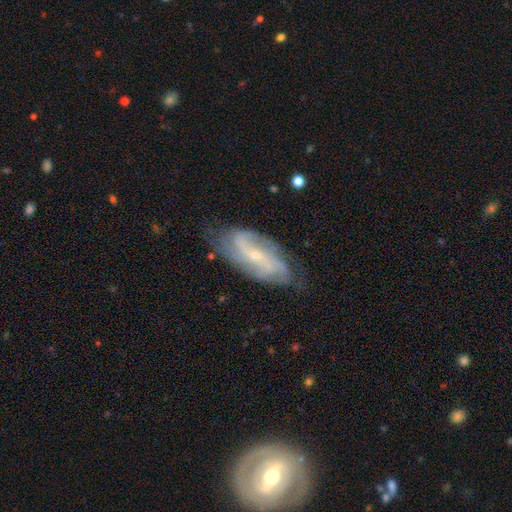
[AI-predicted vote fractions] Smooth or featured? Predicted: featured or disk (p=0.83). Edge-on disk? Predicted: no (p=0.93). Bar? Predicted: no (p=0.42). Spiral arms? Predicted: yes (p=0.95). Spiral winding? Predicted: medium (p=0.43). Spiral arm count? Predicted: 2 (p=0.57). Bulge size? Predicted: small (p=0.76). Merging? Predicted: none (p=0.73).